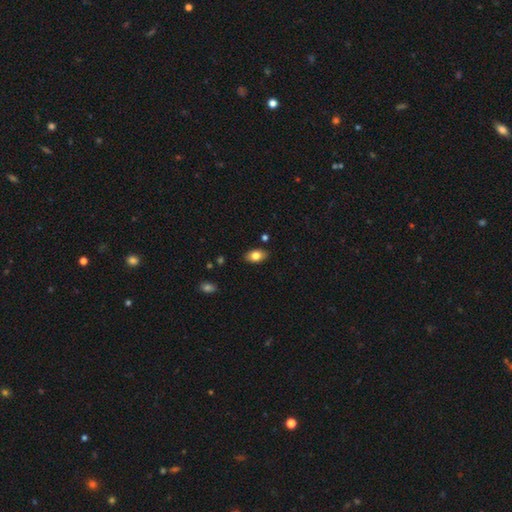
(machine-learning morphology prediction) smooth-or-featured: smooth: 81% | featured or disk: 11% | star or artifact: 8%
  how-rounded: in between: 91% | round: 7% | cigar-shaped: 2%
  merging: none: 86% | minor disturbance: 10% | major disturbance: 2% | merger: 2%